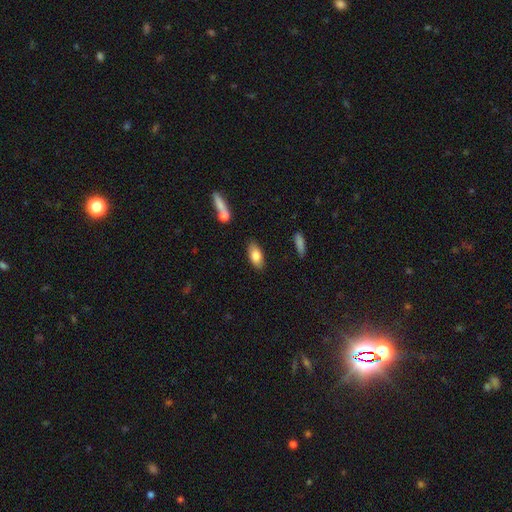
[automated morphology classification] Smooth or featured: smooth — 81% (featured or disk — 12%)
How rounded: in between — 87% (cigar-shaped — 10%)
Merging: none — 83% (minor disturbance — 11%)